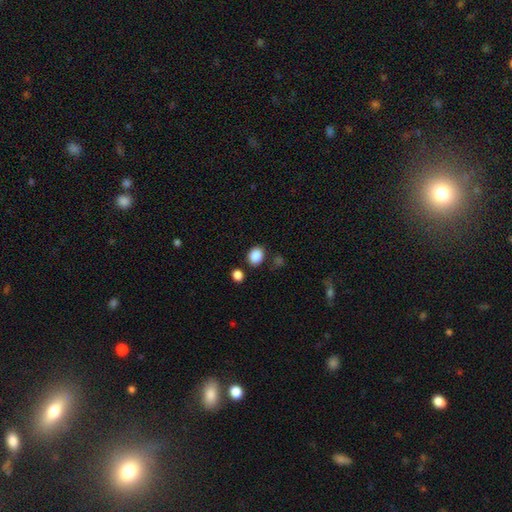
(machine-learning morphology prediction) smooth-or-featured: smooth: 87% | star or artifact: 10% | featured or disk: 3%
  how-rounded: round: 53% | in between: 47% | cigar-shaped: 1%
  merging: none: 80% | minor disturbance: 11% | merger: 6% | major disturbance: 4%